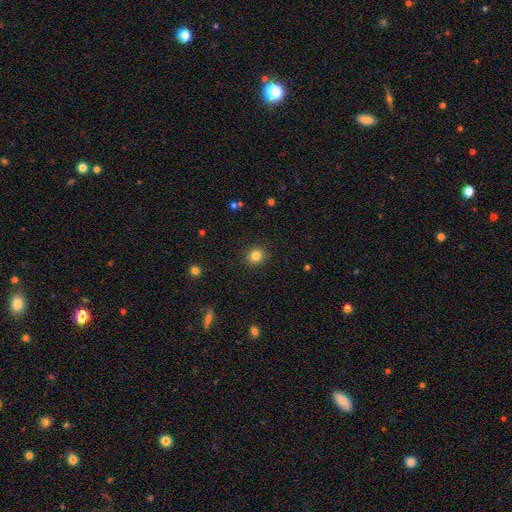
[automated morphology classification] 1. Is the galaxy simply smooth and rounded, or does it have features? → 83% smooth, 12% star or artifact, 6% featured or disk.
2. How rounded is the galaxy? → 89% round, 10% in between, 1% cigar-shaped.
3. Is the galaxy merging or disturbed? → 91% none, 6% minor disturbance, 2% major disturbance, 1% merger.